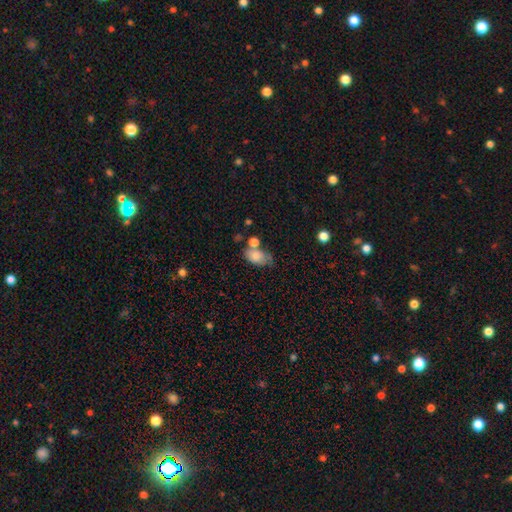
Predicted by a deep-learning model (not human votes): smooth 78%, featured or disk 13%, star or artifact 9%. Down the decision tree: how rounded — in between (88%); merging — none (41%).